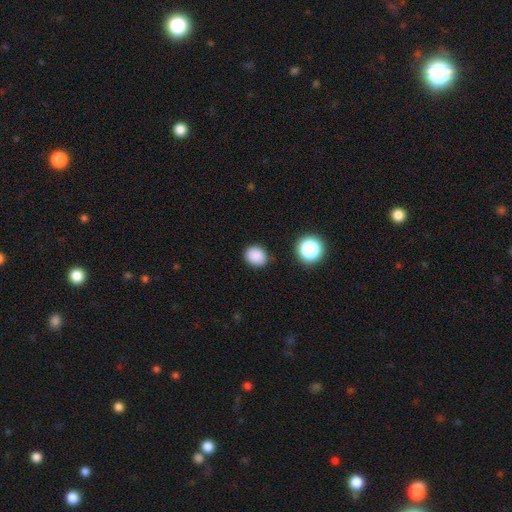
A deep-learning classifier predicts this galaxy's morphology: Smooth or featured? smooth (85%)
How rounded? round (64%)
Merging? none (85%)